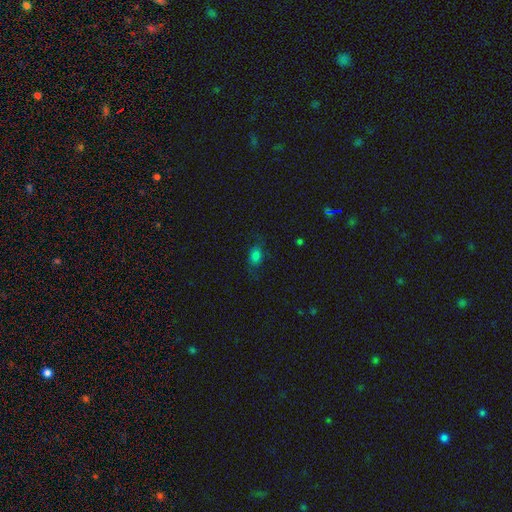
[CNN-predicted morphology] Overall: smooth (75%). How rounded: in between (78%). Merging: none (66%).